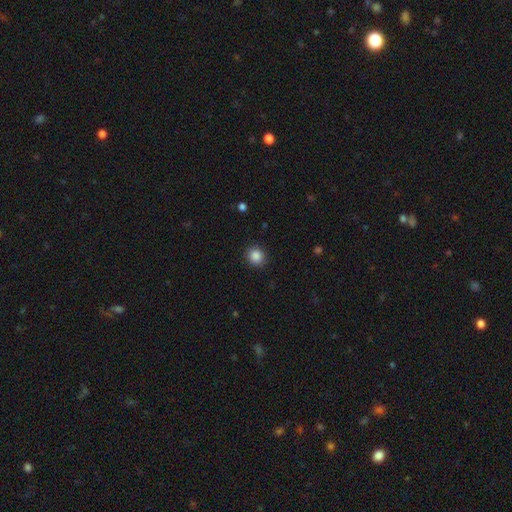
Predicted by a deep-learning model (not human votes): Smooth or featured: smooth — 87% (star or artifact — 10%)
How rounded: round — 83% (in between — 16%)
Merging: none — 90% (minor disturbance — 7%)